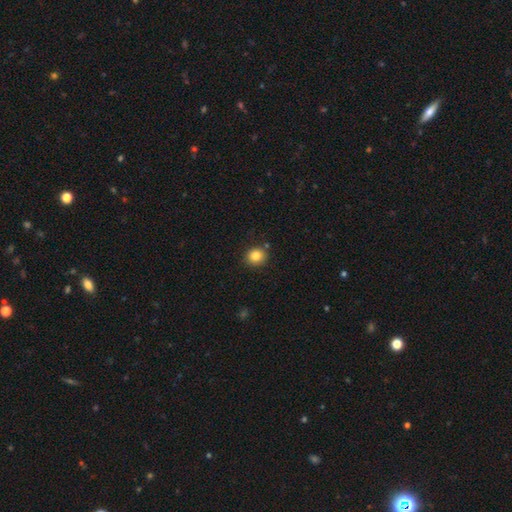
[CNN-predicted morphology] This appears to be a smooth galaxy with no disk features (84%) that is round (84%). Merging: none (86%).